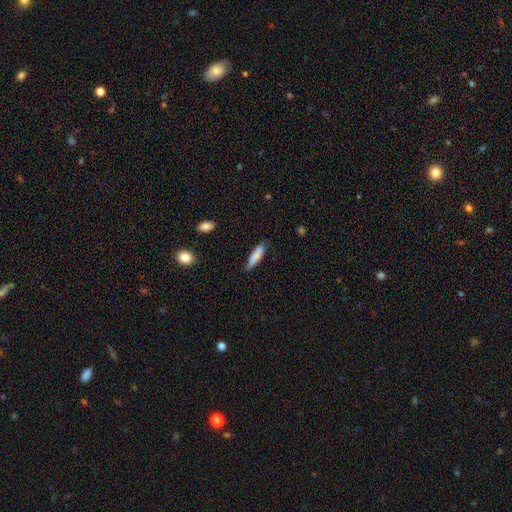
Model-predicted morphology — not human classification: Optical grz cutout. It shows a smooth galaxy with no disk features (78%) that is cigar-shaped (76%). Merging: none (72%).